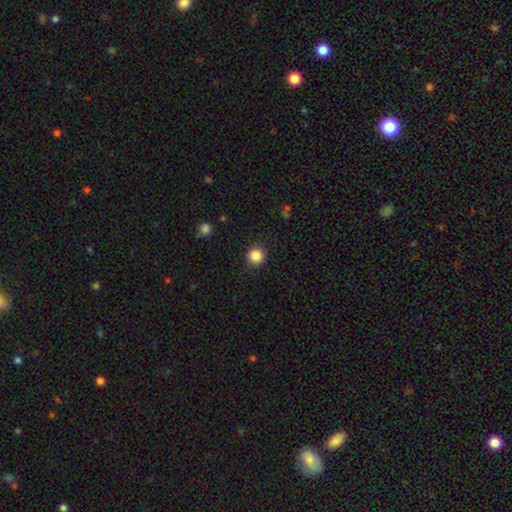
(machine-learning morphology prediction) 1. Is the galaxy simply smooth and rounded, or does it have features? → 86% smooth, 10% star or artifact, 4% featured or disk.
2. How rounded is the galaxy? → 94% round, 5% in between, 1% cigar-shaped.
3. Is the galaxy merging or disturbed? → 89% none, 7% minor disturbance, 2% major disturbance, 1% merger.